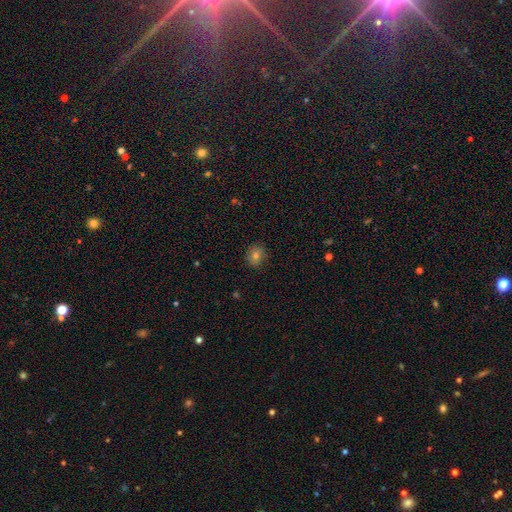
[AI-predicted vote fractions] This is likely a smooth galaxy (73%). How rounded: clearly round (80%). Merging: clearly none (88%).